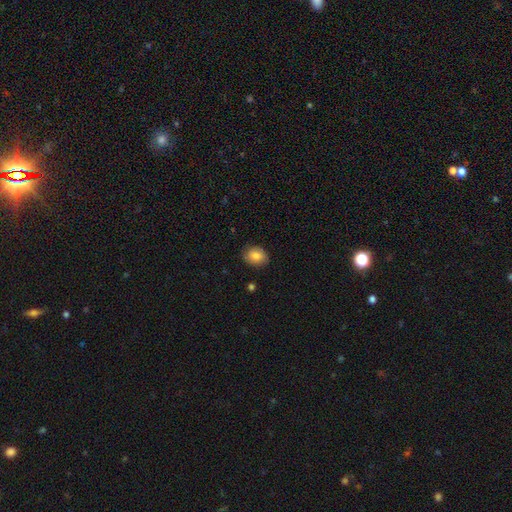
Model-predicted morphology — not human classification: Smooth or featured: smooth — 81% (featured or disk — 11%)
How rounded: in between — 52% (round — 47%)
Merging: none — 83% (minor disturbance — 13%)